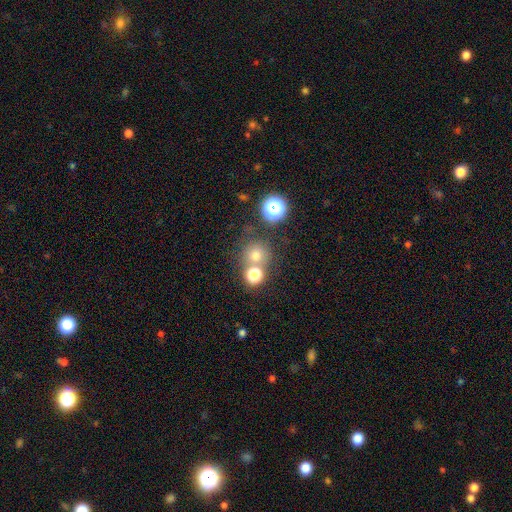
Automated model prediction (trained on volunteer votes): smooth_or_featured: smooth (p=0.69) [alt: star or artifact p=0.21]
how_rounded: round (p=0.91) [alt: in between p=0.08]
merging: none (p=0.65) [alt: merger p=0.23]